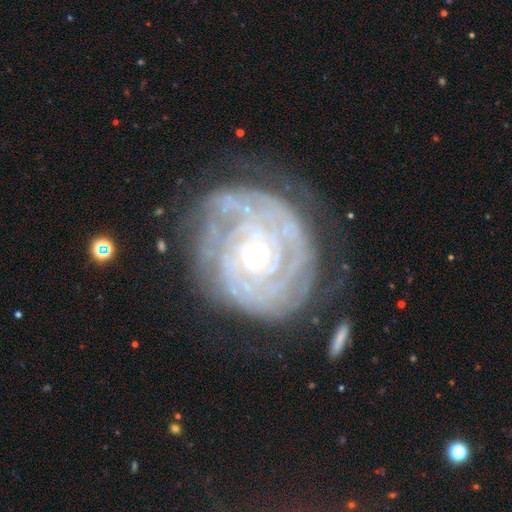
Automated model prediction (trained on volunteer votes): A featured or disk galaxy (88%) with no bar (80%), tight (85%) spiral arms (95%) and a small central bulge (62%). Merging: none (70%).